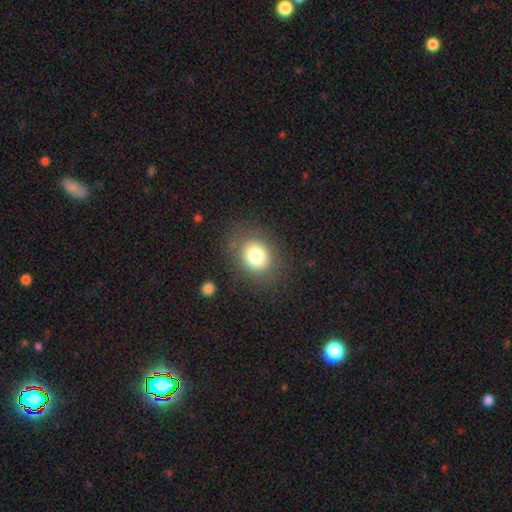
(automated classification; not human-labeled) Smooth or featured? smooth (78%)
How rounded? round (59%)
Merging? none (81%)